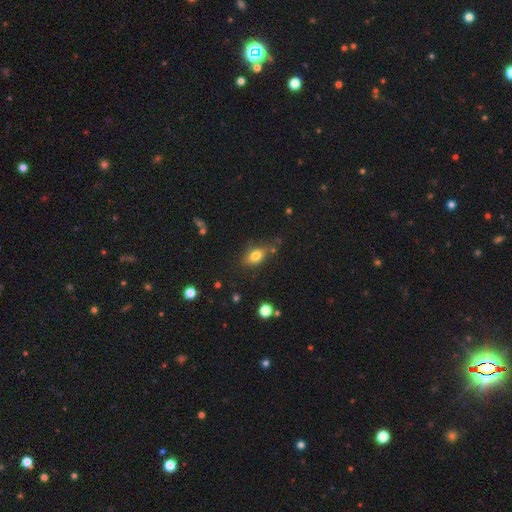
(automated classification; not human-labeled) smooth 79%, featured or disk 11%, star or artifact 10%. Down the decision tree: how rounded — in between (81%); merging — none (70%).